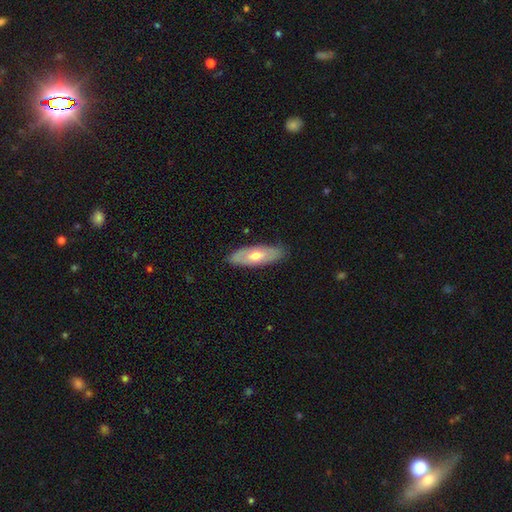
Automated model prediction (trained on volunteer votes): This appears to be a smooth galaxy with no disk features (53%) that is in between round and cigar-shaped (67%). Merging: none (85%).